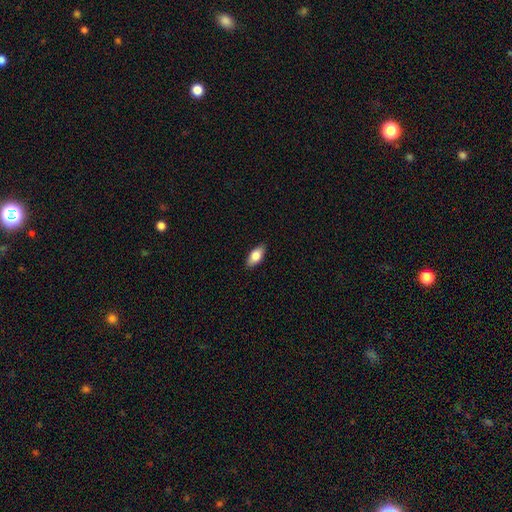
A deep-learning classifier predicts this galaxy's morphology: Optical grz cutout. It shows a smooth galaxy with no disk features (81%) that is in between round and cigar-shaped (89%). Merging: none (88%).